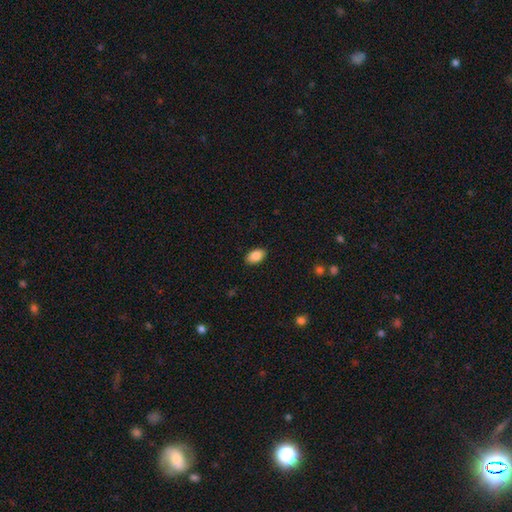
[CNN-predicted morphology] This is clearly a smooth galaxy (86%). How rounded: clearly in between (91%). Merging: clearly none (89%).